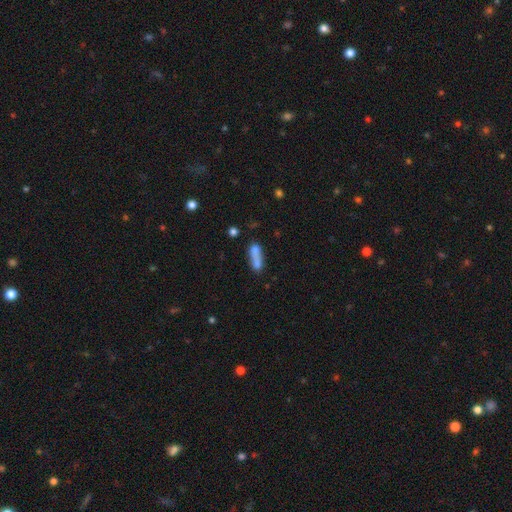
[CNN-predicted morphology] This appears to be a smooth galaxy with no disk features (70%) that is in between round and cigar-shaped (51%). Merging: merger (50%).